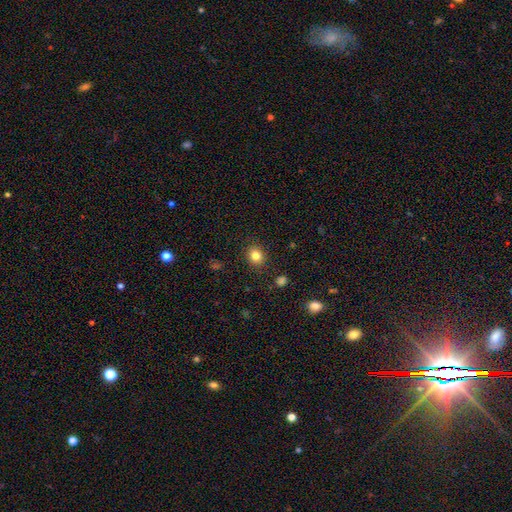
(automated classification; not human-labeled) Overall: smooth (82%). How rounded: round (74%). Merging: none (90%).